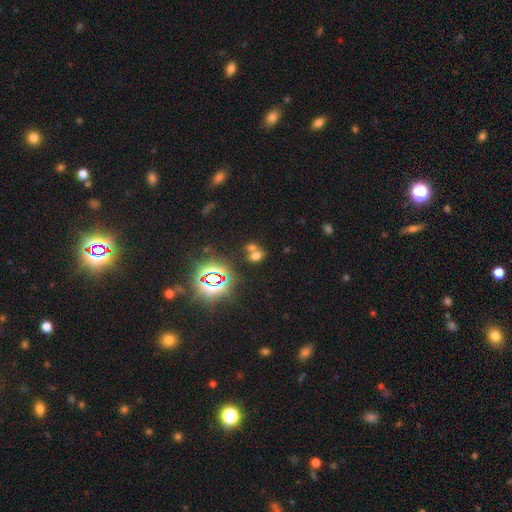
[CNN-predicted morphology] type=smooth (55%); roundness=in between (64%); merging=merger (50%).